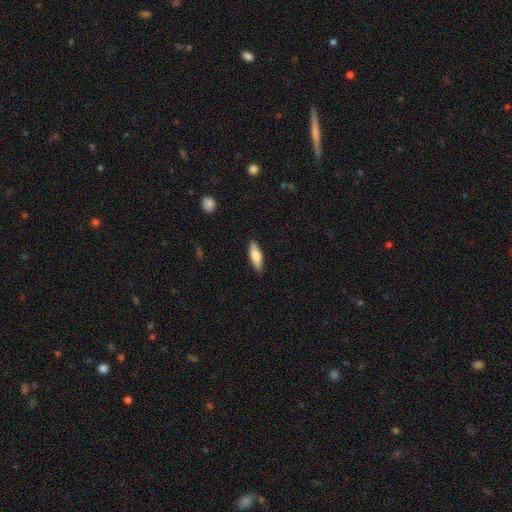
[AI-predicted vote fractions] The model was most divided on "how rounded": in between: 51%, cigar-shaped: 47%, round: 2%. More confident: merging — none (88%); smooth or featured — smooth (74%).